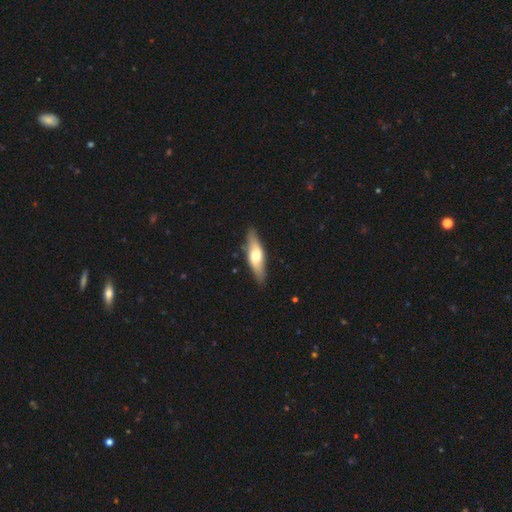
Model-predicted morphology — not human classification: Smooth or featured: smooth — 49% (featured or disk — 46%)
Merging: none — 83% (minor disturbance — 13%)